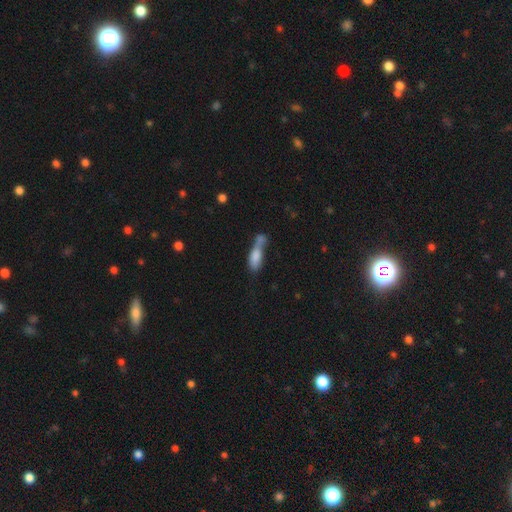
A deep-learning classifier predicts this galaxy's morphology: The model was most divided on "how rounded": in between: 60%, cigar-shaped: 36%, round: 4%. More confident: smooth or featured — smooth (74%); merging — merger (54%).